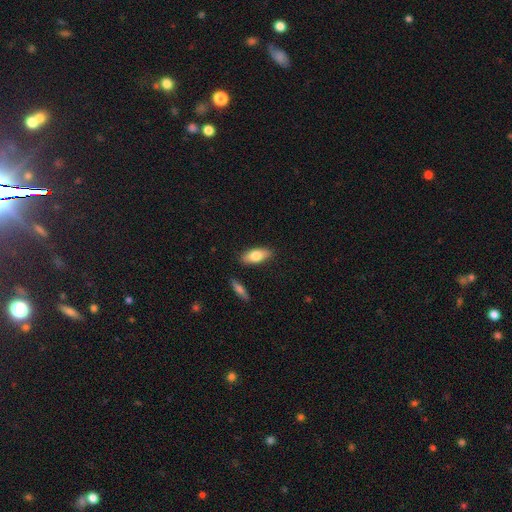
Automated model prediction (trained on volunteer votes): Q: Smooth or featured?
A: smooth (76%); runner-up: featured or disk (18%)
Q: How rounded?
A: in between (78%); runner-up: cigar-shaped (19%)
Q: Merging?
A: none (85%); runner-up: minor disturbance (10%)